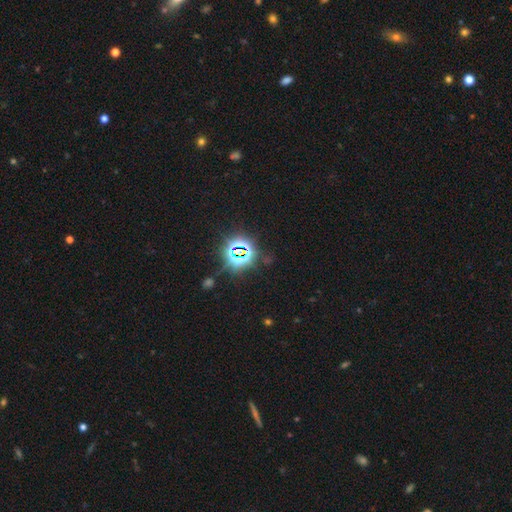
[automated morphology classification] type=star or artifact (80%).